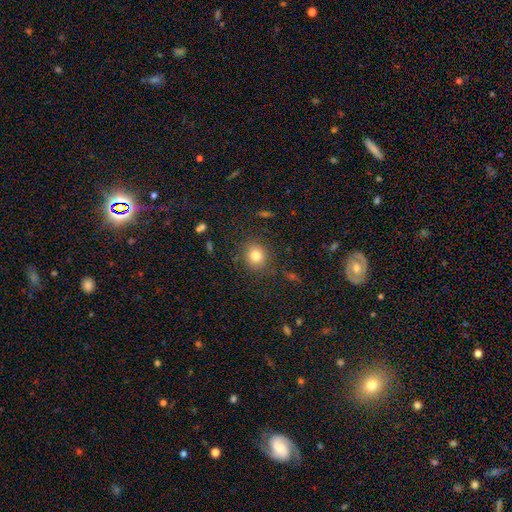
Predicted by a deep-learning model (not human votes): smooth-or-featured: smooth: 80% | star or artifact: 12% | featured or disk: 8%
  how-rounded: round: 84% | in between: 15% | cigar-shaped: 1%
  merging: none: 86% | minor disturbance: 9% | major disturbance: 3% | merger: 2%